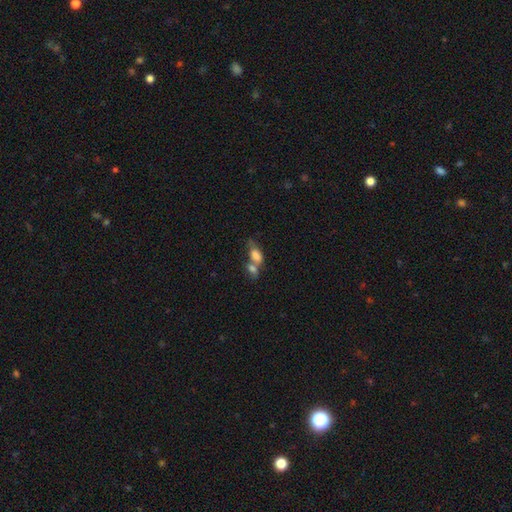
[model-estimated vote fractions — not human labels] Smooth or featured? Predicted: smooth (p=0.73). How rounded? Predicted: in between (p=0.81). Merging? Predicted: merger (p=0.64).